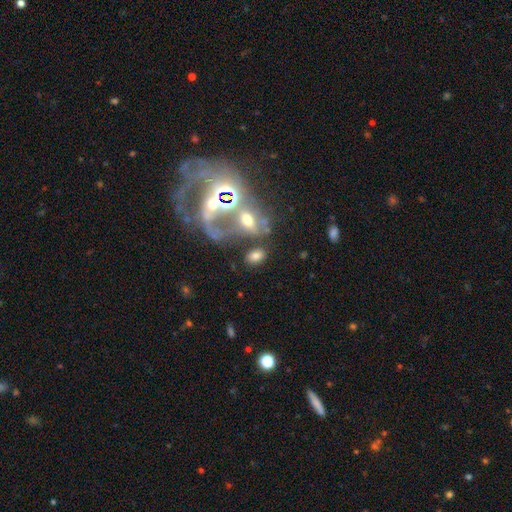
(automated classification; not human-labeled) Smooth or featured?
  - smooth: 69% *
  - featured or disk: 19%
  - star or artifact: 12%
How rounded?
  - in between: 85% *
  - round: 13%
  - cigar-shaped: 2%
Merging?
  - none: 57% *
  - merger: 19%
  - minor disturbance: 13%
  - major disturbance: 11%